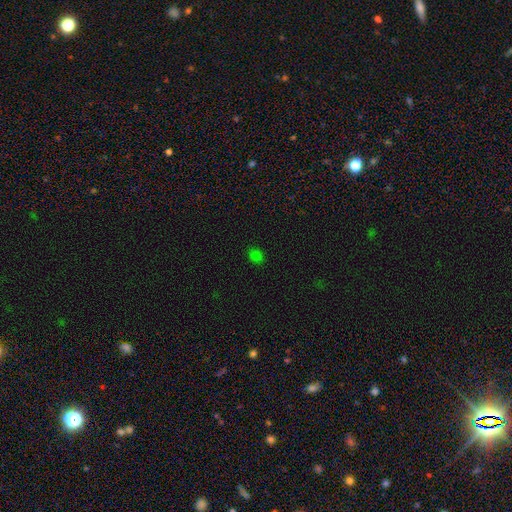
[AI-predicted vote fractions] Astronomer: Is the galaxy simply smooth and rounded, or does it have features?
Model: smooth — 76%.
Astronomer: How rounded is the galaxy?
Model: round — 65%.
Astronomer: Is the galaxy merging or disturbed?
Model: none — 88%.